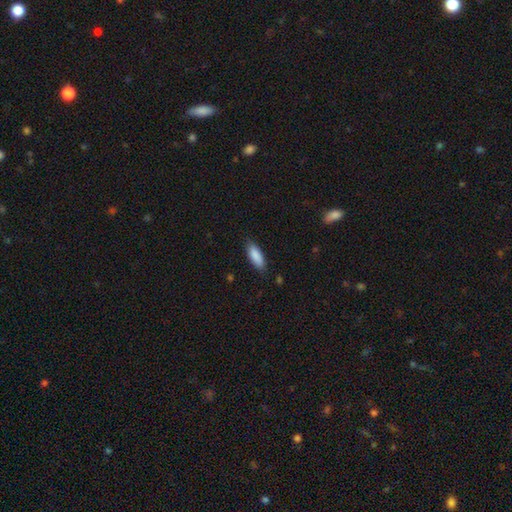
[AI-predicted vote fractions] Smooth or featured? Predicted: smooth (p=0.88). How rounded? Predicted: in between (p=0.69). Merging? Predicted: none (p=0.83).